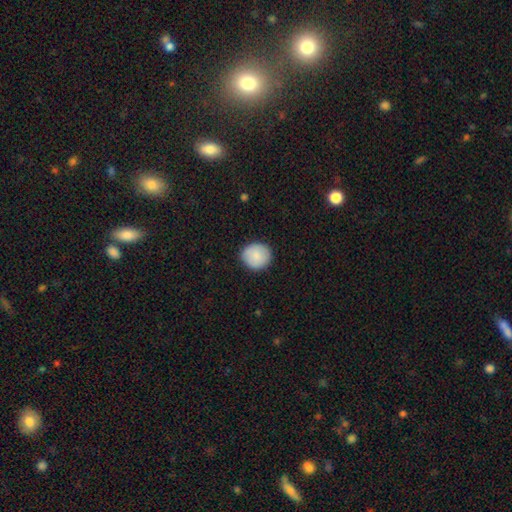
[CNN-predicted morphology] smooth-or-featured: smooth: 86% | featured or disk: 7% | star or artifact: 7%
  how-rounded: round: 89% | in between: 10% | cigar-shaped: 1%
  merging: none: 88% | minor disturbance: 9% | major disturbance: 2% | merger: 1%